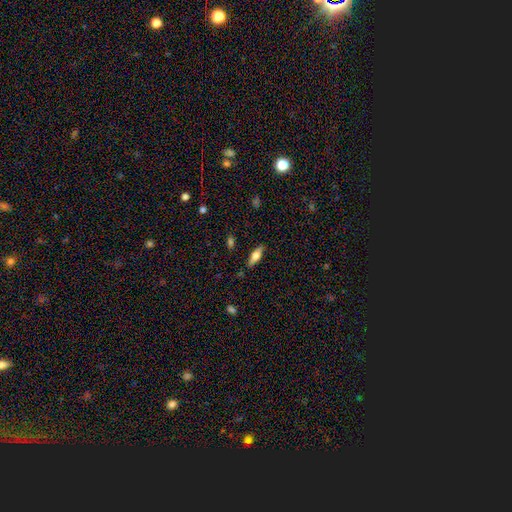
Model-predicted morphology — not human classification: Smooth or featured: smooth — 55% (featured or disk — 38%)
How rounded: in between — 59% (cigar-shaped — 38%)
Merging: none — 85% (minor disturbance — 11%)